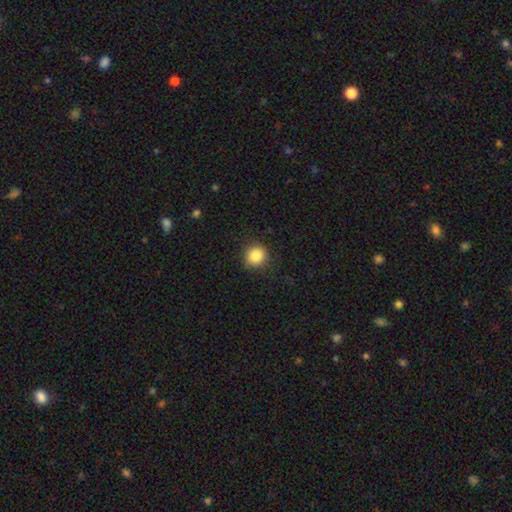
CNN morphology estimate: Smooth or featured? Predicted: smooth (p=0.85). How rounded? Predicted: round (p=0.91). Merging? Predicted: none (p=0.88).